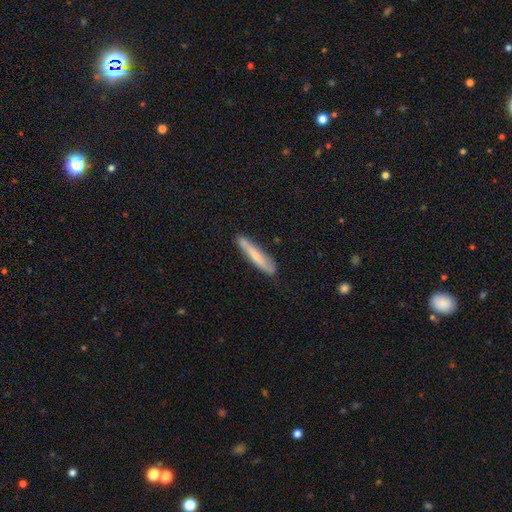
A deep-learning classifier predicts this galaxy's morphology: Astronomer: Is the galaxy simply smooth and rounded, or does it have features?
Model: smooth — 61%.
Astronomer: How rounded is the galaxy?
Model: cigar-shaped — 91%.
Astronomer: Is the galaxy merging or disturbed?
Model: none — 78%.